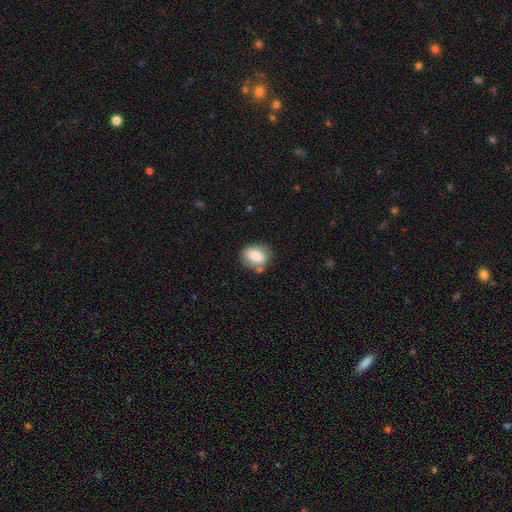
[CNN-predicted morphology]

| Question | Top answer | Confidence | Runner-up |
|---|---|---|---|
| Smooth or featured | smooth | 81% | featured or disk (12%) |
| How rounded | in between | 63% | round (35%) |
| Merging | none | 69% | minor disturbance (17%) |